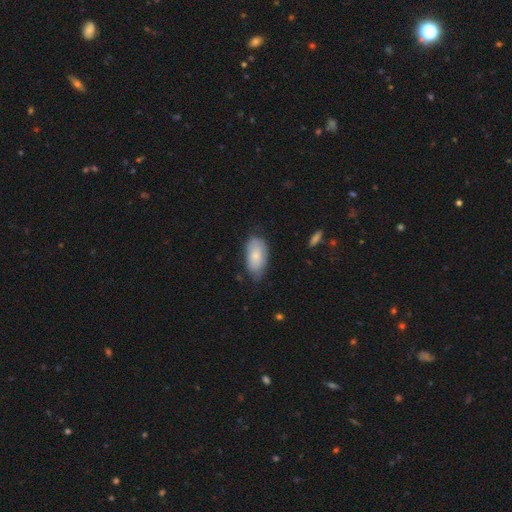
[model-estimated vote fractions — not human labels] A smooth galaxy with no disk features (77%) that is in between round and cigar-shaped (94%). Merging: none (55%).